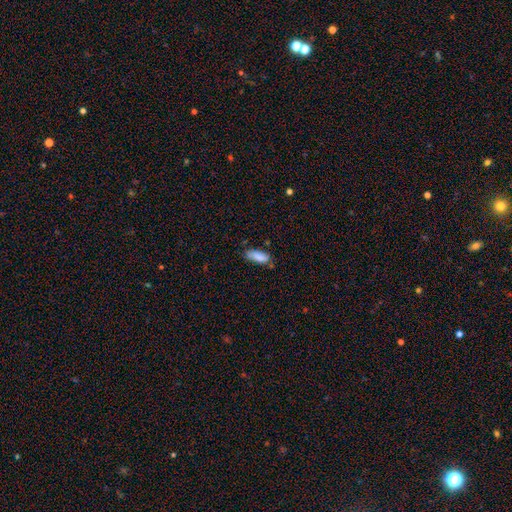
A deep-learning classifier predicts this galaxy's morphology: This is clearly a smooth galaxy (86%). How rounded: likely in between (75%). Merging: likely none (71%).